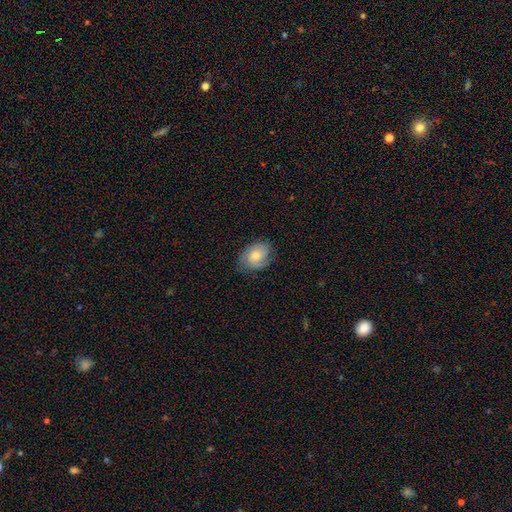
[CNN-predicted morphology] Smooth or featured? Predicted: smooth (p=0.57). How rounded? Predicted: in between (p=0.71). Merging? Predicted: none (p=0.72).